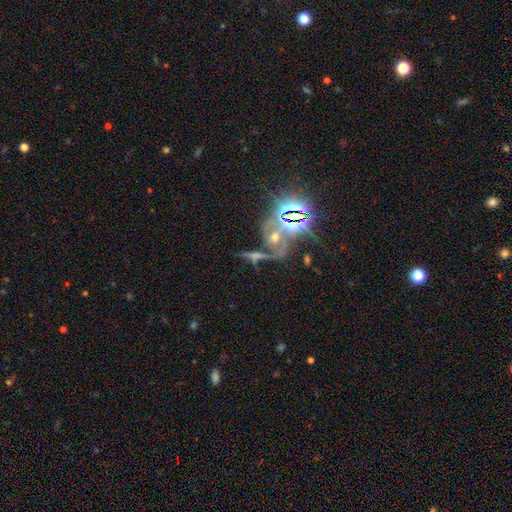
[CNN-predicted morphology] A featured or disk galaxy (42%). Merging: merger (39%).